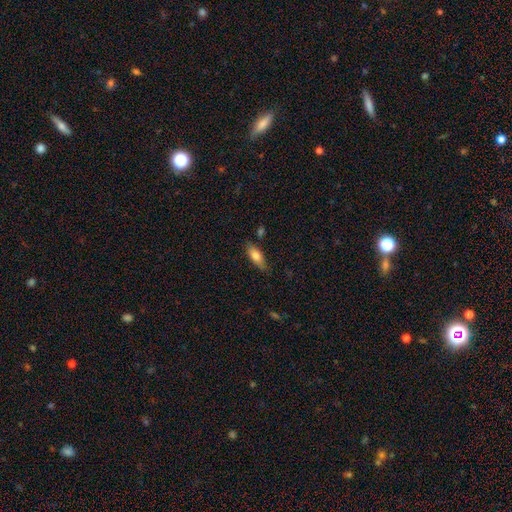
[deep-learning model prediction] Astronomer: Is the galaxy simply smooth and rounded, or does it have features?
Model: smooth — 74%.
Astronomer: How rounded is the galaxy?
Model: in between — 72%.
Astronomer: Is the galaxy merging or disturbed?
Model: none — 74%.